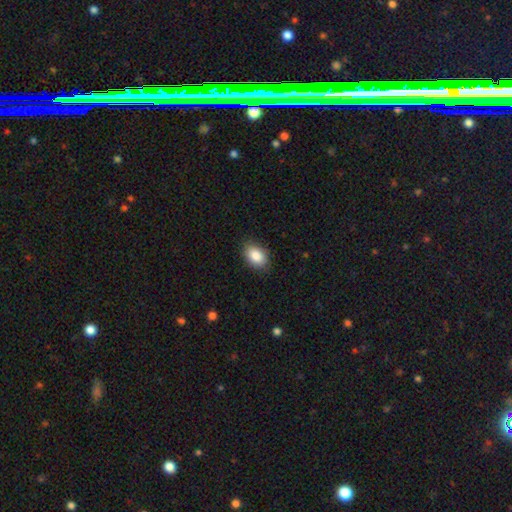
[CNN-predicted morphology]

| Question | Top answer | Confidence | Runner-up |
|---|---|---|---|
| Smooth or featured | smooth | 87% | star or artifact (7%) |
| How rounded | in between | 87% | round (12%) |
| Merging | none | 86% | minor disturbance (10%) |